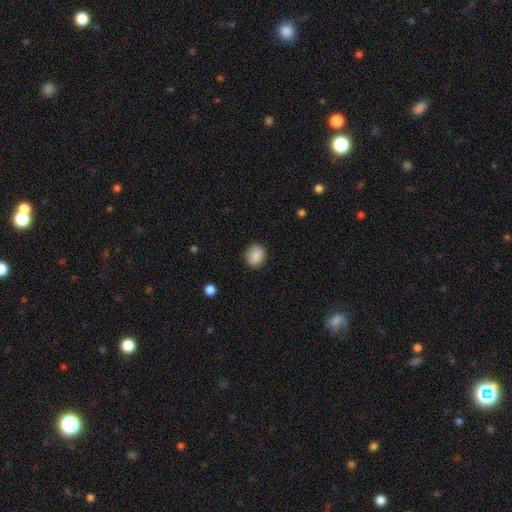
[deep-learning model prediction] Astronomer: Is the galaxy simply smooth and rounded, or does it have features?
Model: smooth — 88%.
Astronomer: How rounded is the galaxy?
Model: round — 76%.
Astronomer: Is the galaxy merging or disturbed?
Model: none — 89%.